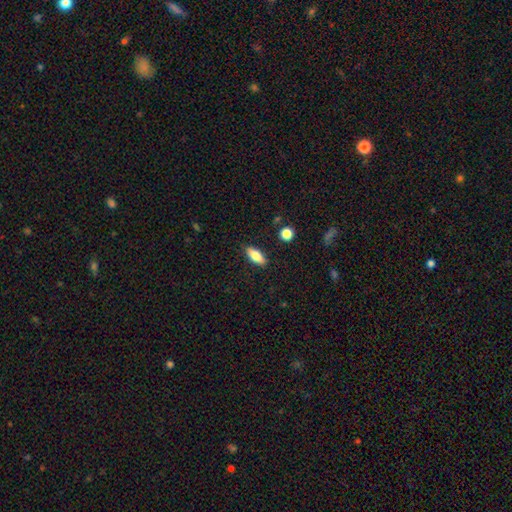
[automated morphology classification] A smooth galaxy with no disk features (77%) that is in between round and cigar-shaped (78%). Merging: none (87%).